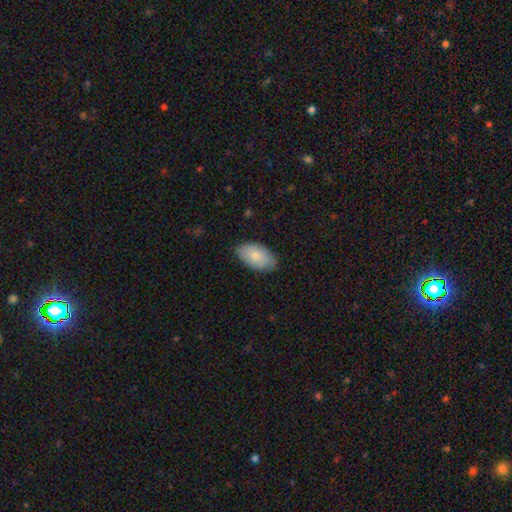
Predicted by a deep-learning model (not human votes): smooth 78%, featured or disk 16%, star or artifact 6%. Down the decision tree: how rounded — in between (95%); merging — none (80%).